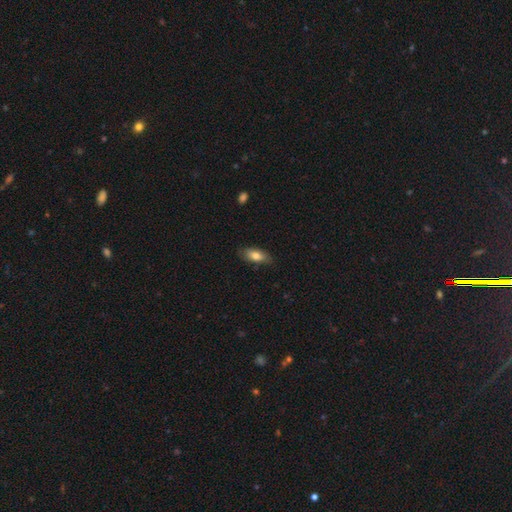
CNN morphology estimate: Smooth or featured?
  - smooth: 77% *
  - featured or disk: 16%
  - star or artifact: 7%
How rounded?
  - in between: 83% *
  - cigar-shaped: 14%
  - round: 3%
Merging?
  - none: 79% *
  - minor disturbance: 17%
  - major disturbance: 3%
  - merger: 1%